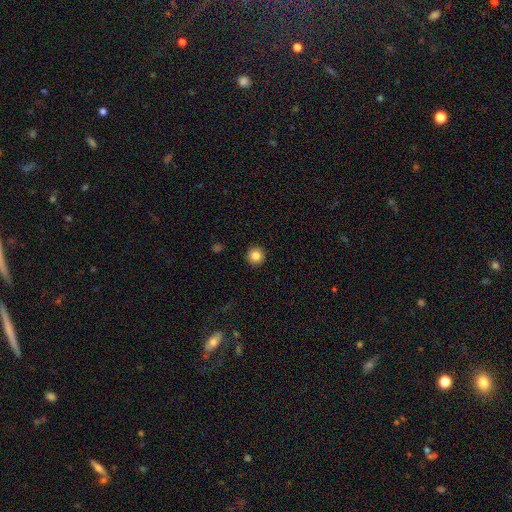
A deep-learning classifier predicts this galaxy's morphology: smooth-or-featured: smooth: 84% | star or artifact: 10% | featured or disk: 6%
  how-rounded: round: 96% | in between: 3% | cigar-shaped: 1%
  merging: none: 93% | minor disturbance: 4% | major disturbance: 2% | merger: 1%